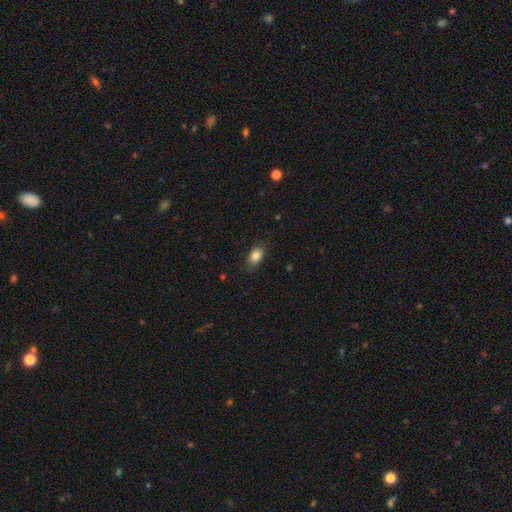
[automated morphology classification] Overall: smooth (83%). How rounded: in between (84%). Merging: none (83%).